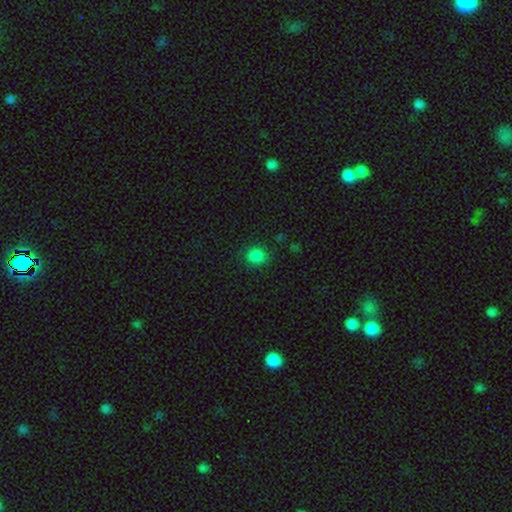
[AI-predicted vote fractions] Q: Smooth or featured?
A: smooth (84%); runner-up: star or artifact (13%)
Q: How rounded?
A: round (73%); runner-up: in between (26%)
Q: Merging?
A: none (86%); runner-up: minor disturbance (10%)